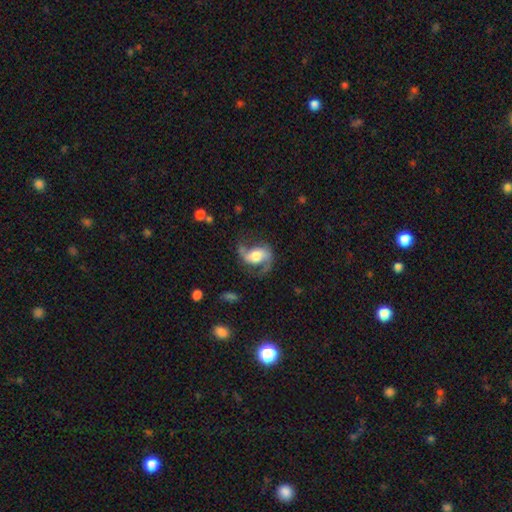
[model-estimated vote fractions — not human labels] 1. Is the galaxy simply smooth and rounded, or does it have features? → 80% featured or disk, 14% smooth, 6% star or artifact.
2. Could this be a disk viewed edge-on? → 97% no, 3% yes.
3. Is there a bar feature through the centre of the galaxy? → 41% no, 37% weak, 23% strong.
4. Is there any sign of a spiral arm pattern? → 94% yes, 6% no.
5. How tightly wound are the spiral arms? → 51% loose, 41% medium, 9% tight.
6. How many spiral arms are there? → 86% 2, 8% 1, 3% can't tell, 1% 3, 1% 4, 1% more than 4.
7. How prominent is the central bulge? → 51% moderate, 30% large, 13% small, 4% dominant, 3% none.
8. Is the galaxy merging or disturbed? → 62% none, 18% minor disturbance, 17% major disturbance, 3% merger.